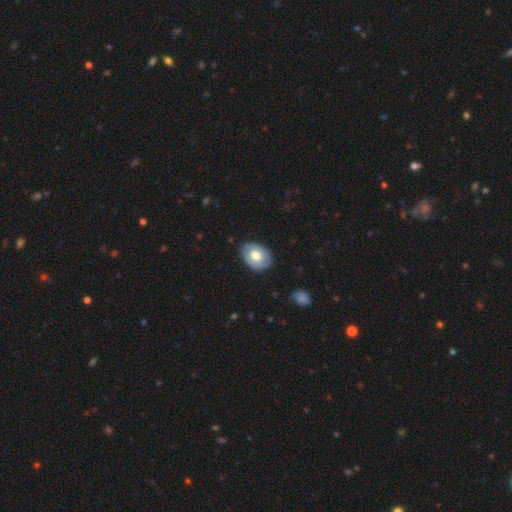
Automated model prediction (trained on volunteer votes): Smooth or featured: smooth — 58% (featured or disk — 36%)
How rounded: in between — 74% (round — 25%)
Merging: none — 79% (minor disturbance — 17%)